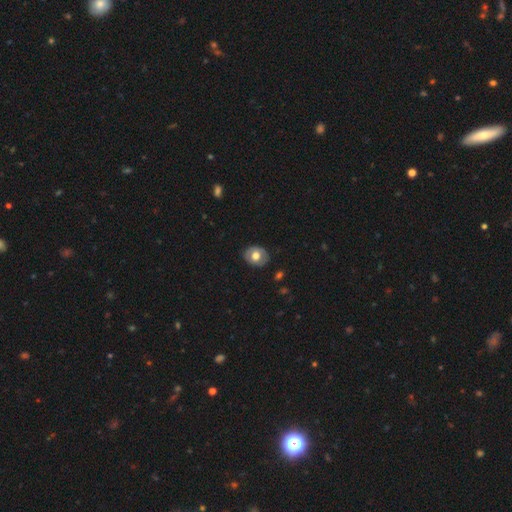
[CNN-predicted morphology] Q: Smooth or featured?
A: smooth (59%); runner-up: featured or disk (34%)
Q: How rounded?
A: round (55%); runner-up: in between (45%)
Q: Merging?
A: none (83%); runner-up: minor disturbance (13%)